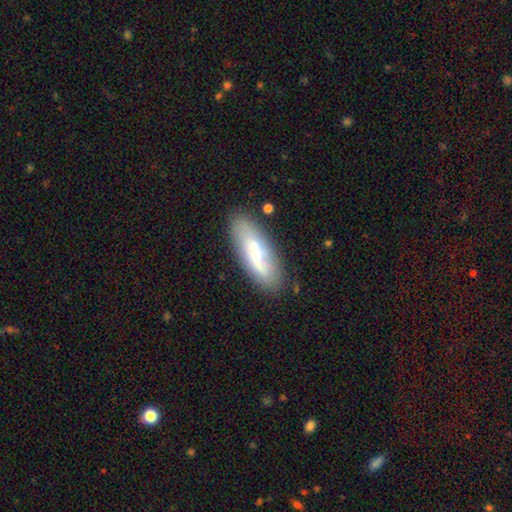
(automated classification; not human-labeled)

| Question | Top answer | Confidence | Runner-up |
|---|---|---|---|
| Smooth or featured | smooth | 55% | featured or disk (38%) |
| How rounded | in between | 58% | cigar-shaped (40%) |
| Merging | none | 72% | minor disturbance (17%) |